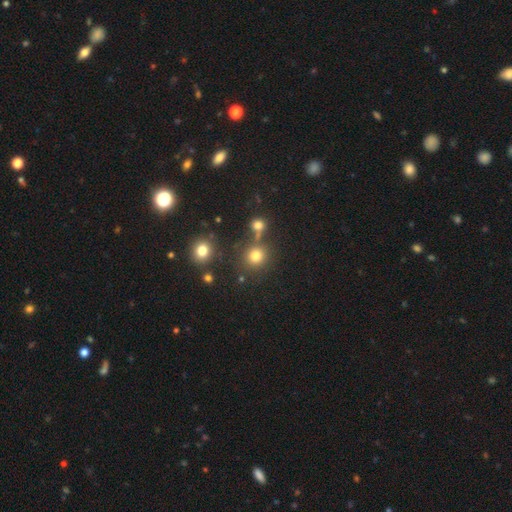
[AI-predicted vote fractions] This is likely a smooth galaxy (77%). How rounded: clearly round (89%). Merging: likely none (76%).